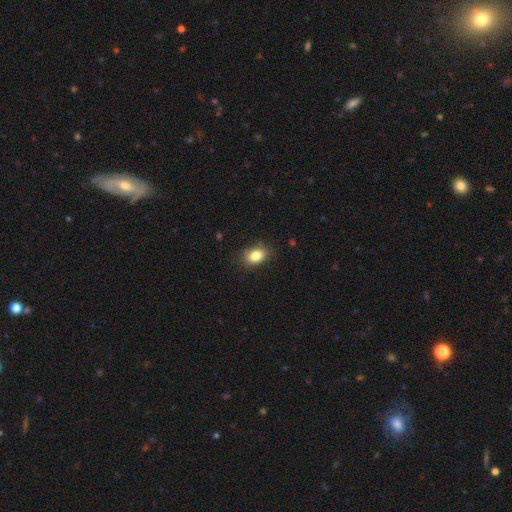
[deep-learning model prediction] The model was most divided on "how rounded": in between: 74%, round: 25%, cigar-shaped: 1%. More confident: smooth or featured — smooth (84%); merging — none (82%).